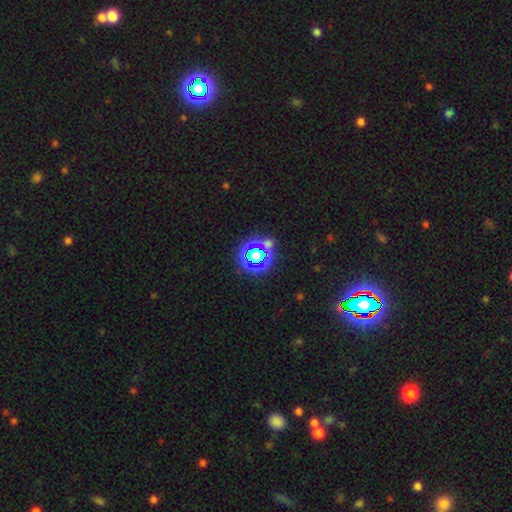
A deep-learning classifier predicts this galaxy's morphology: This is likely a star or artifact rather than a galaxy (62%).